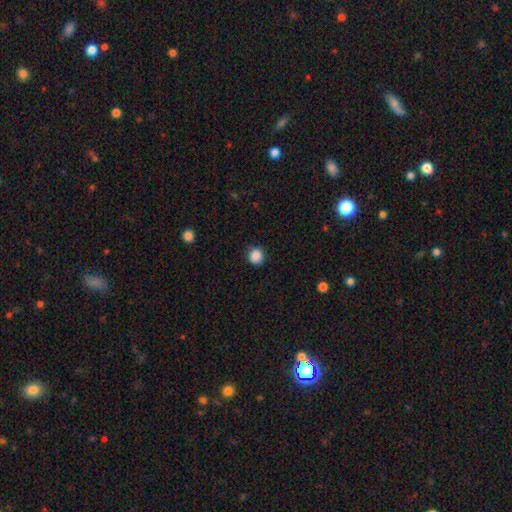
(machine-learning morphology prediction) Overall: smooth (87%). How rounded: round (89%). Merging: none (87%).